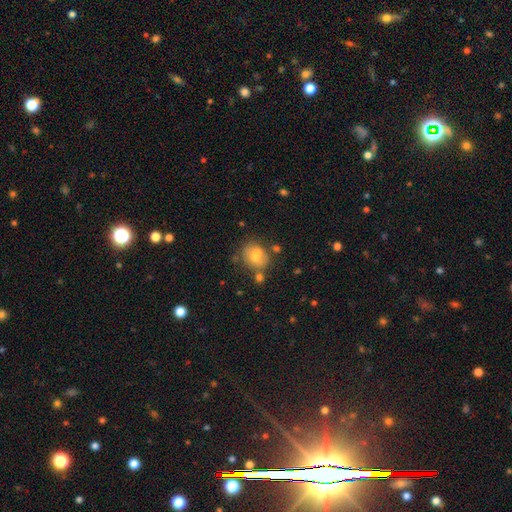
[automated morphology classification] Smooth or featured: smooth — 59% (featured or disk — 30%)
How rounded: round — 57% (in between — 42%)
Merging: none — 45% (merger — 29%)